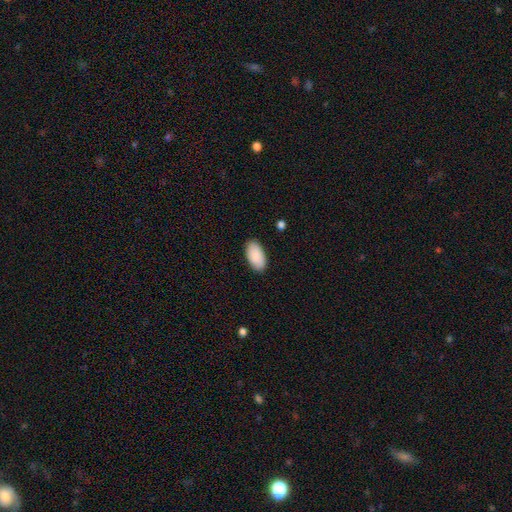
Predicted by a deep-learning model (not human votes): Smooth or featured: smooth — 91% (star or artifact — 6%)
How rounded: in between — 95% (cigar-shaped — 3%)
Merging: none — 88% (minor disturbance — 9%)